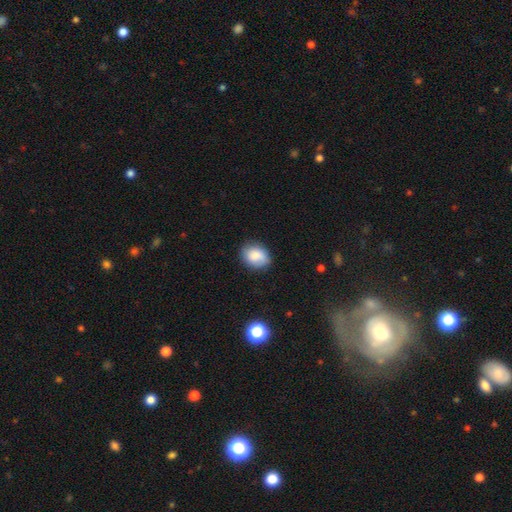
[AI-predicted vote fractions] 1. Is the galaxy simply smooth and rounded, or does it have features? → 83% smooth, 9% featured or disk, 8% star or artifact.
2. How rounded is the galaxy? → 60% in between, 39% round, 1% cigar-shaped.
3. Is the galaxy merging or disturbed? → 78% none, 17% minor disturbance, 3% major disturbance, 1% merger.